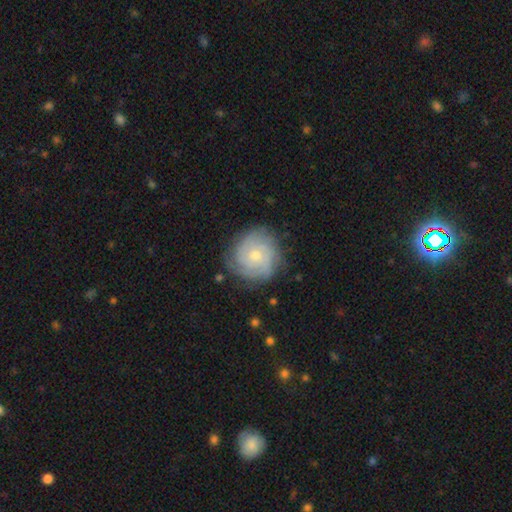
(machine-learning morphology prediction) type=featured or disk (74%); edge-on=no (98%); bar=no (76%); spiral arms=yes (93%); winding=tight (76%); arm count=can't tell (37%); bulge=small (59%); merging=none (80%).